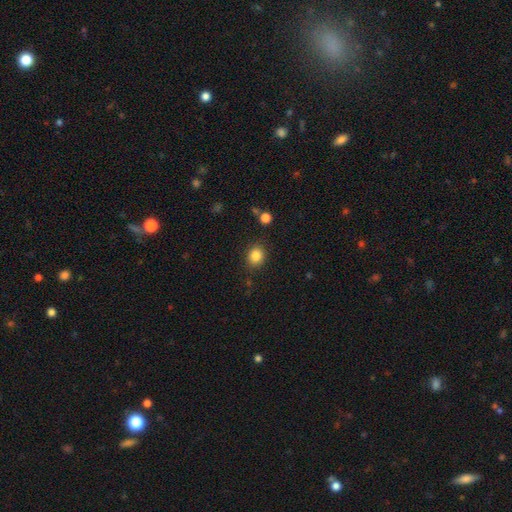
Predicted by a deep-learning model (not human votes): Q: Smooth or featured?
A: smooth (84%); runner-up: star or artifact (11%)
Q: How rounded?
A: round (72%); runner-up: in between (27%)
Q: Merging?
A: none (86%); runner-up: minor disturbance (9%)